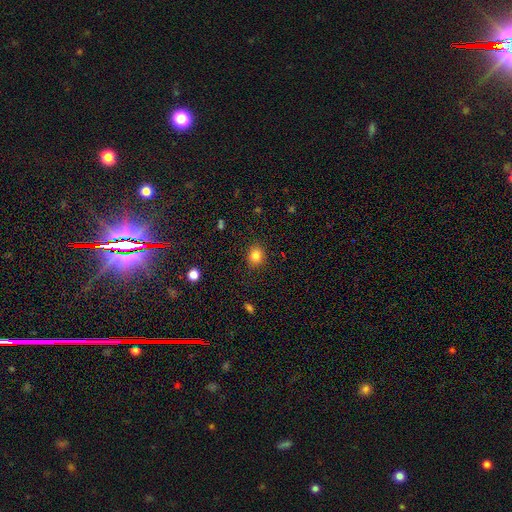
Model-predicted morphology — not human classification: Q: Smooth or featured?
A: smooth (82%); runner-up: star or artifact (12%)
Q: How rounded?
A: round (72%); runner-up: in between (27%)
Q: Merging?
A: none (87%); runner-up: minor disturbance (9%)